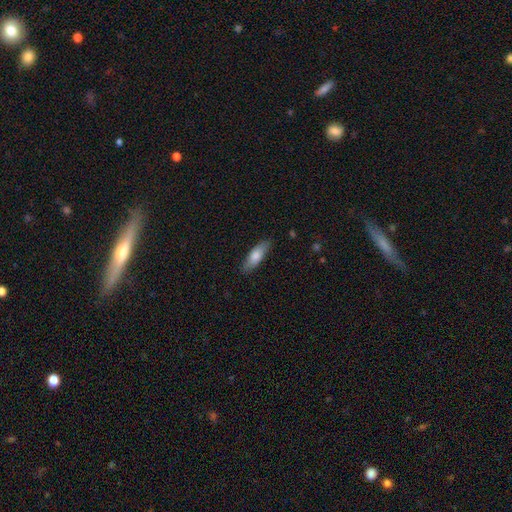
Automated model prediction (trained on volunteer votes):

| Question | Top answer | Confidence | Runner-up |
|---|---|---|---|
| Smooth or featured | smooth | 75% | featured or disk (20%) |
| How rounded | in between | 54% | cigar-shaped (44%) |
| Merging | none | 84% | minor disturbance (12%) |